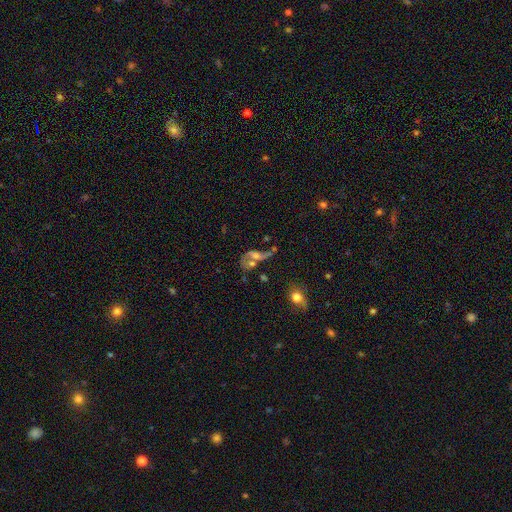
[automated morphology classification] type=featured or disk (57%); edge-on=no (93%); bar=no (66%); spiral arms=yes (60%); bulge=moderate (34%, tied with small); merging=merger (31%).